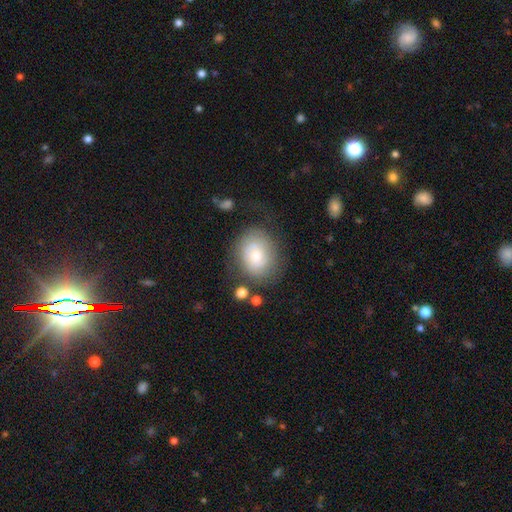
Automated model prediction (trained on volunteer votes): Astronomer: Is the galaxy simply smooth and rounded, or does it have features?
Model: smooth — 48% (runner-up: featured or disk, 44%).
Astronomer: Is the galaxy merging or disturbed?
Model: none — 67%.